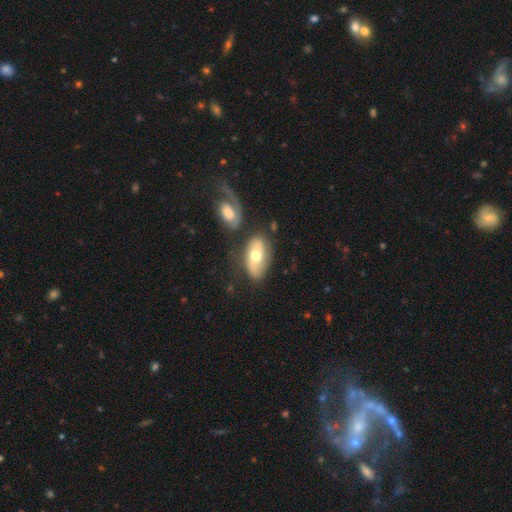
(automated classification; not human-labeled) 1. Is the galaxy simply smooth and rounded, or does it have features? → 50% smooth, 44% featured or disk, 6% star or artifact.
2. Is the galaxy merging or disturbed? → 61% none, 17% minor disturbance, 15% merger, 7% major disturbance.